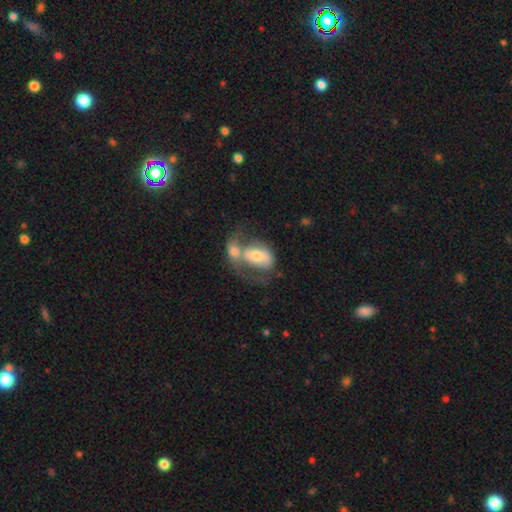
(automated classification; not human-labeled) Smooth or featured? Predicted: smooth (p=0.49). Merging? Predicted: merger (p=0.67).